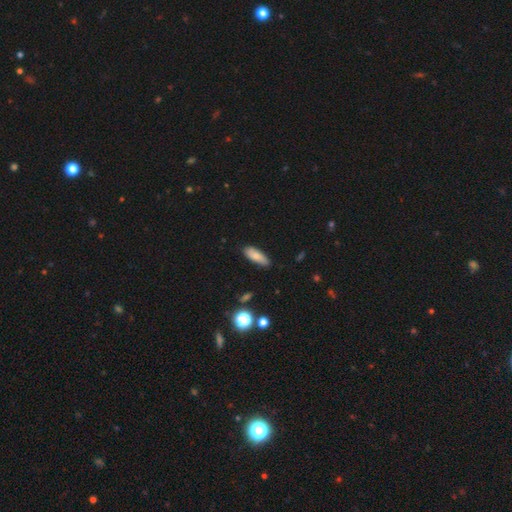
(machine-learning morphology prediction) smooth_or_featured: smooth (p=0.77) [alt: featured or disk p=0.15]
how_rounded: in between (p=0.64) [alt: cigar-shaped p=0.34]
merging: none (p=0.81) [alt: minor disturbance p=0.15]